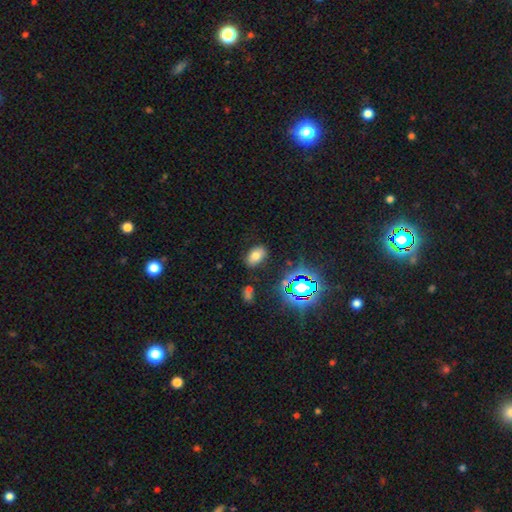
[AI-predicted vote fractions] smooth 68%, star or artifact 20%, featured or disk 11%. Down the decision tree: how rounded — in between (88%); merging — none (84%).